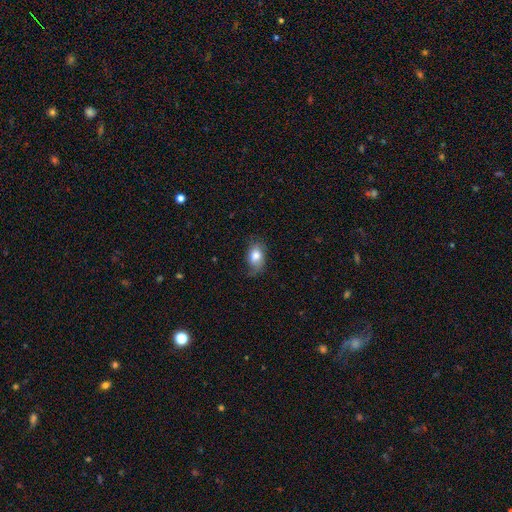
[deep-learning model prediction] Morphology: type=smooth (75%); roundness=in between (85%); merging=none (64%).